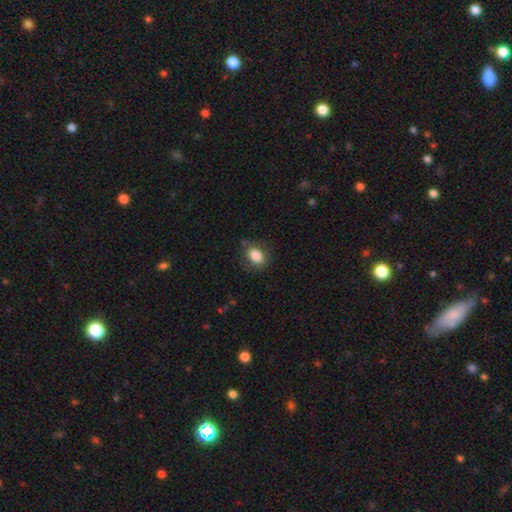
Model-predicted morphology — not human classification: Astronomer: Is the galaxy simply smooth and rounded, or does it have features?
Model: smooth — 83%.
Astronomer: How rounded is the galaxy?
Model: in between — 74%.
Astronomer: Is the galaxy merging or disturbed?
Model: none — 75%.